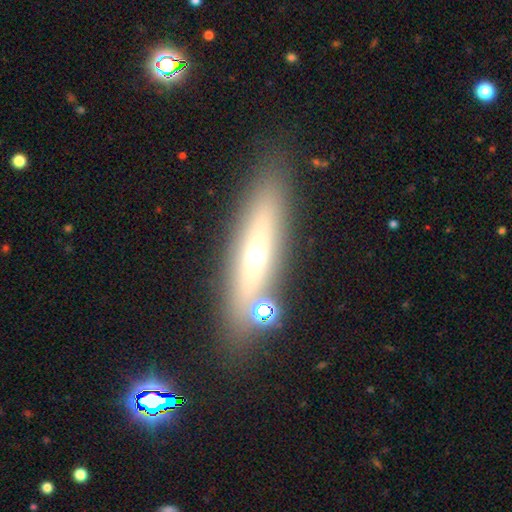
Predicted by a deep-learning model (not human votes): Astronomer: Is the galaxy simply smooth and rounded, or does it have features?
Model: featured or disk — 47% (runner-up: smooth, 42%).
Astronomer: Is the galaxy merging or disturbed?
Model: none — 78%.